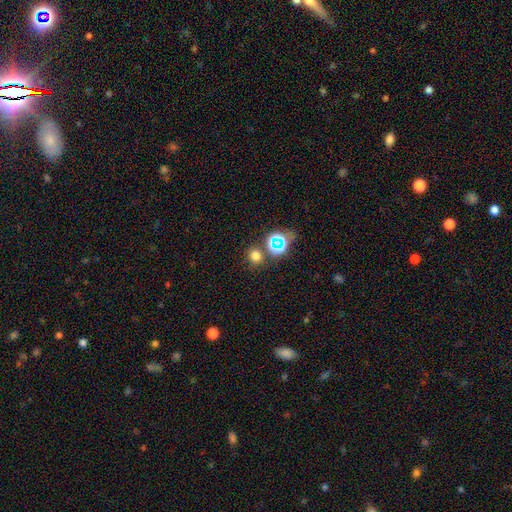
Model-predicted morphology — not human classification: Smooth or featured? smooth (70%)
How rounded? round (86%)
Merging? none (77%)